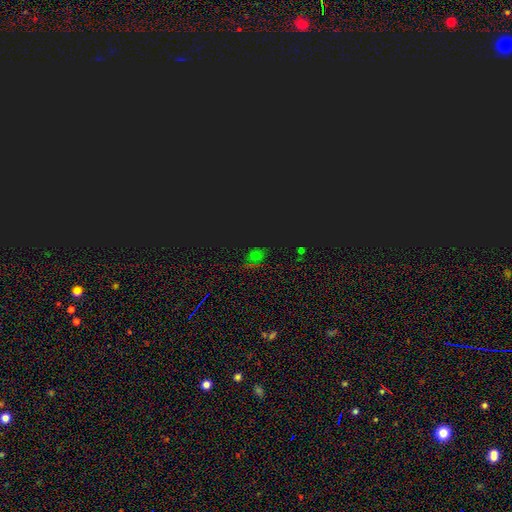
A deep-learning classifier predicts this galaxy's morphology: A star or artifact, not a galaxy (61%).